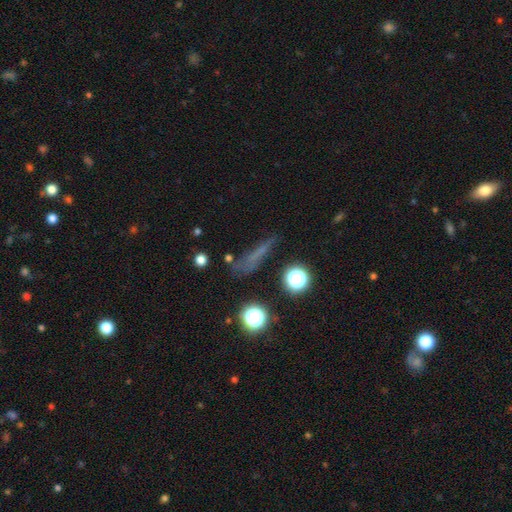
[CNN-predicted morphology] Smooth or featured?
  - smooth: 47% *
  - star or artifact: 32%
  - featured or disk: 21%
Merging?
  - none: 64% *
  - minor disturbance: 18%
  - major disturbance: 12%
  - merger: 6%